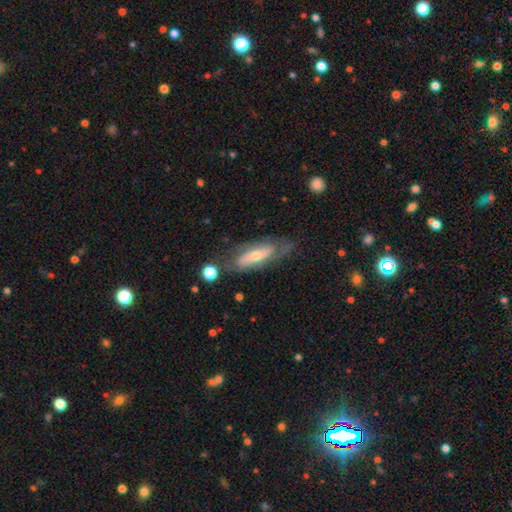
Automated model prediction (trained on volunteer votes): Morphology: type=featured or disk (62%); edge-on=no (74%); merging=none (68%).